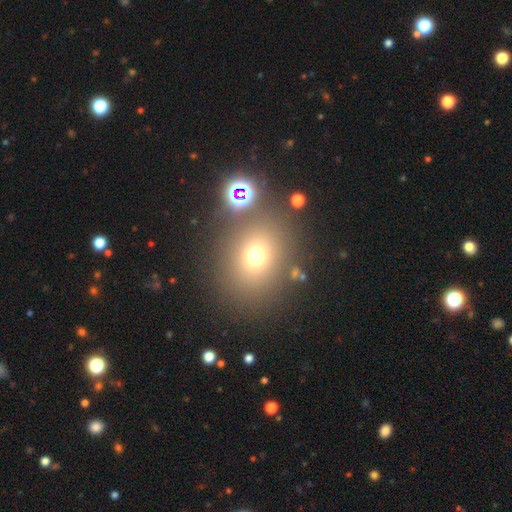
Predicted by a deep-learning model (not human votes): smooth_or_featured: smooth (p=0.68) [alt: star or artifact p=0.22]
how_rounded: round (p=0.70) [alt: in between p=0.29]
merging: none (p=0.73) [alt: merger p=0.11]